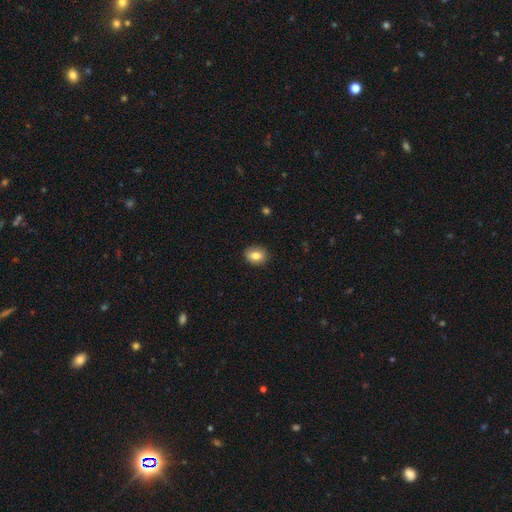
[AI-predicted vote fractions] smooth_or_featured: smooth (p=0.81) [alt: featured or disk p=0.10]
how_rounded: in between (p=0.61) [alt: round p=0.37]
merging: none (p=0.87) [alt: minor disturbance p=0.10]